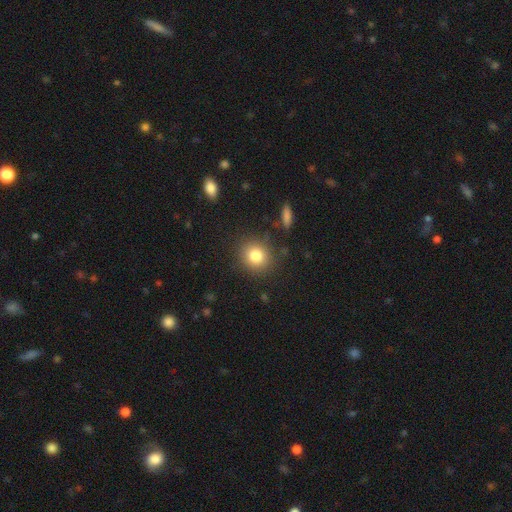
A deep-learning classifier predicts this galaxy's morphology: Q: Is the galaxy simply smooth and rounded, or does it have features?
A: smooth — 81%.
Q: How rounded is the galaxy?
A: round — 85%.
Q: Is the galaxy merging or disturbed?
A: none — 86%.